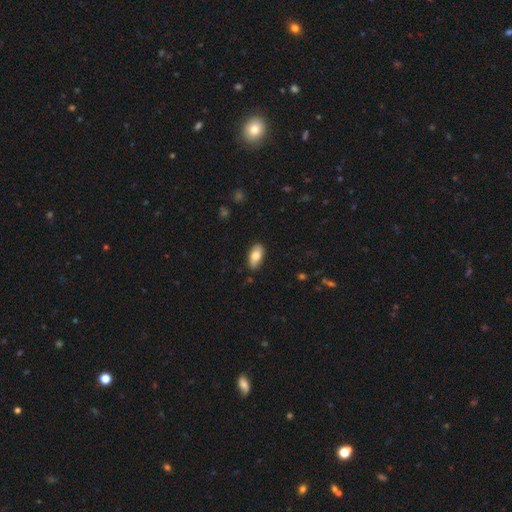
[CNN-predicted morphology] smooth-or-featured: smooth: 78% | featured or disk: 16% | star or artifact: 6%
  how-rounded: in between: 89% | cigar-shaped: 8% | round: 3%
  merging: none: 83% | minor disturbance: 14% | major disturbance: 2% | merger: 1%